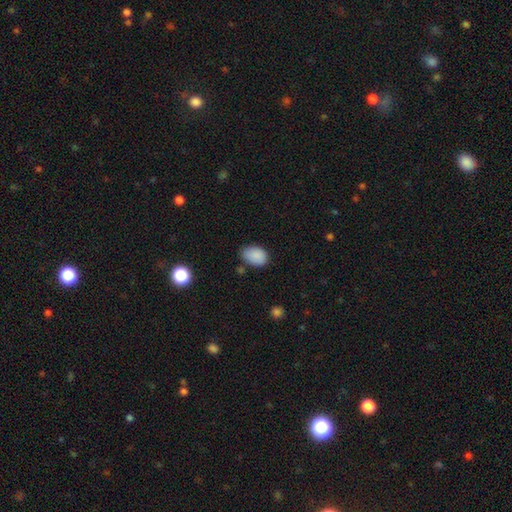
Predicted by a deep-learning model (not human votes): smooth 88%, star or artifact 8%, featured or disk 4%. Down the decision tree: how rounded — in between (87%); merging — none (68%).